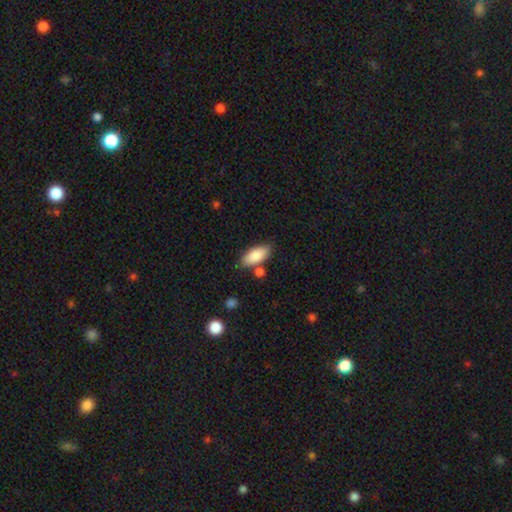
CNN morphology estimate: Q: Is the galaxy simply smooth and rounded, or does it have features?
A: smooth — 86%.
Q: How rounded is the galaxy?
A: in between — 85%.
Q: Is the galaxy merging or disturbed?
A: none — 73%.